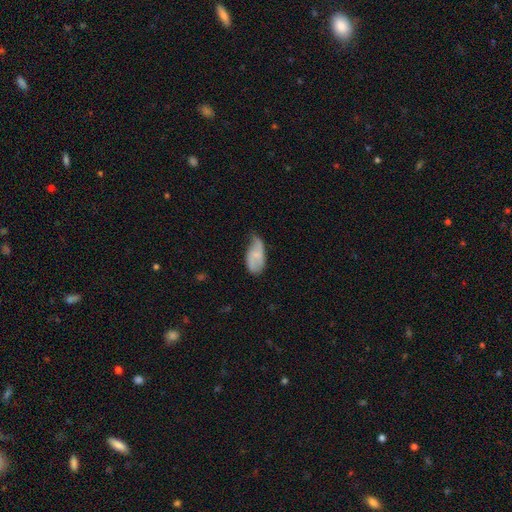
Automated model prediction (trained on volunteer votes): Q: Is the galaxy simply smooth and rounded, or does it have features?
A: smooth — 50%.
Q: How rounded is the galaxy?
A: in between — 92%.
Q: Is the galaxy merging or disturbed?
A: minor disturbance — 43%.